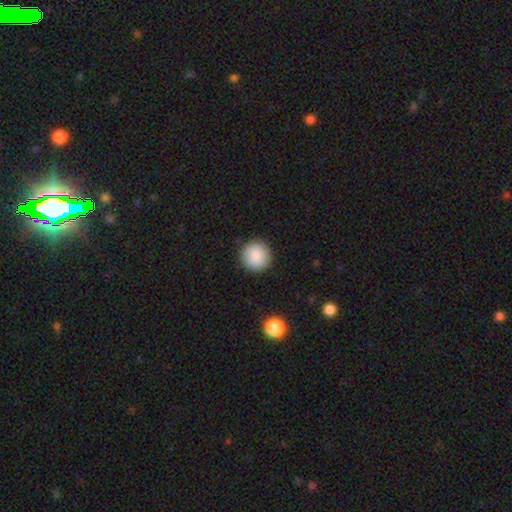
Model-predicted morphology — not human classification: smooth 88%, star or artifact 8%, featured or disk 4%. Down the decision tree: how rounded — round (95%); merging — none (92%).